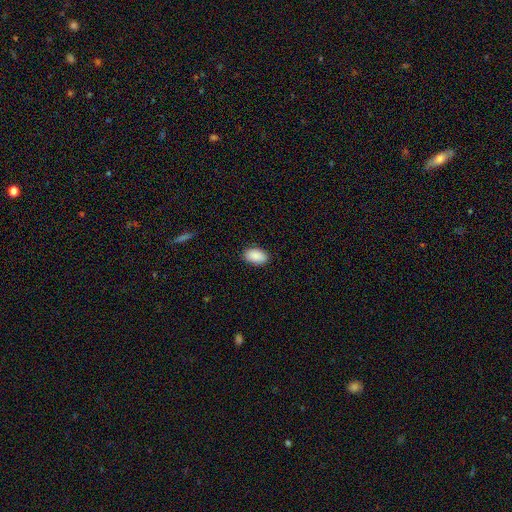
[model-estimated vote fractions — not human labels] This appears to be a smooth galaxy with no disk features (90%) that is in between round and cigar-shaped (93%). Merging: none (88%).